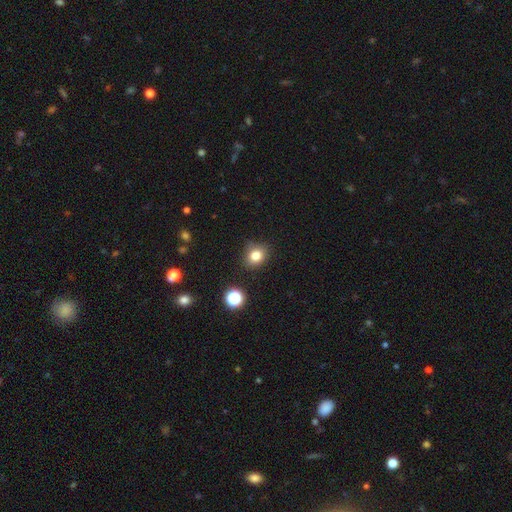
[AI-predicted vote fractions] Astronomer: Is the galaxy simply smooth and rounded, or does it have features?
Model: smooth — 80%.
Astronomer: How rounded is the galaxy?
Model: round — 63%.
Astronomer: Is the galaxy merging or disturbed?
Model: none — 82%.